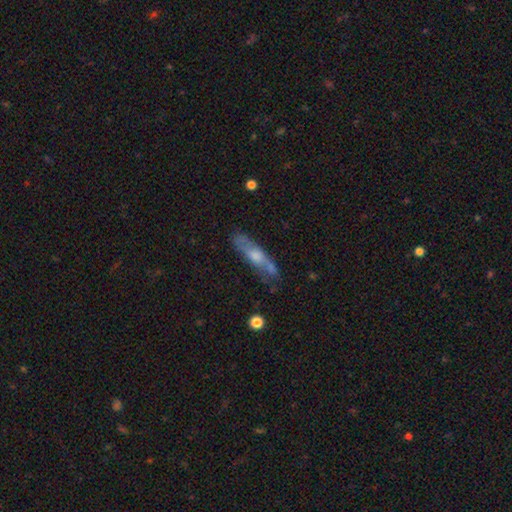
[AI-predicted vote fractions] A featured or disk galaxy (52%) viewed edge-on (59%). Merging: none (61%).